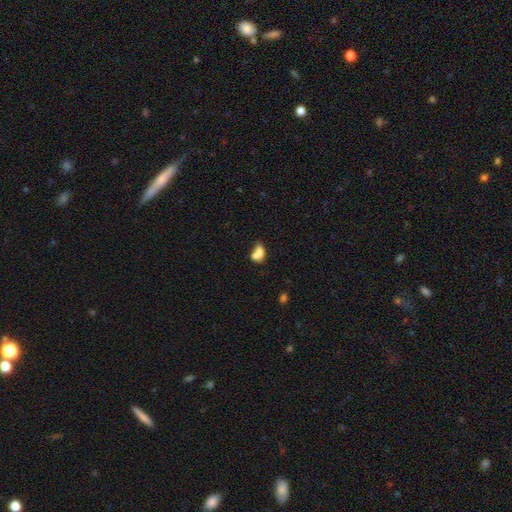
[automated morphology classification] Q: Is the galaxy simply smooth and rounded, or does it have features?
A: smooth — 73%.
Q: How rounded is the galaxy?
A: in between — 73%.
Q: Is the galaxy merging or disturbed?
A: merger — 59%.